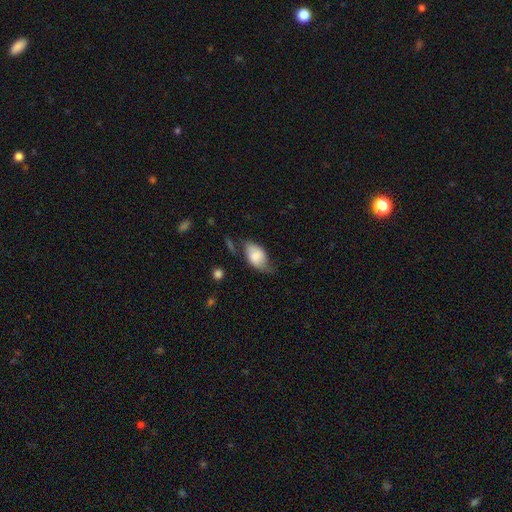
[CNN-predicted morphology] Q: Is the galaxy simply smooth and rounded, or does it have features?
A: smooth — 67%.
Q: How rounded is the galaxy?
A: in between — 90%.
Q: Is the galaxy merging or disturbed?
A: none — 45%.